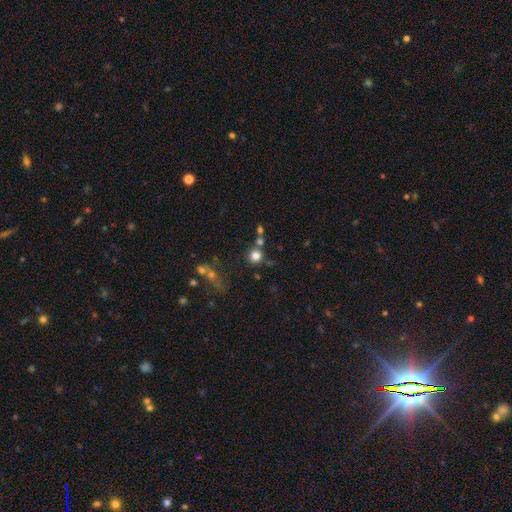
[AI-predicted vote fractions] Q: Smooth or featured?
A: smooth (78%); runner-up: star or artifact (14%)
Q: How rounded?
A: round (91%); runner-up: in between (8%)
Q: Merging?
A: none (69%); runner-up: merger (18%)